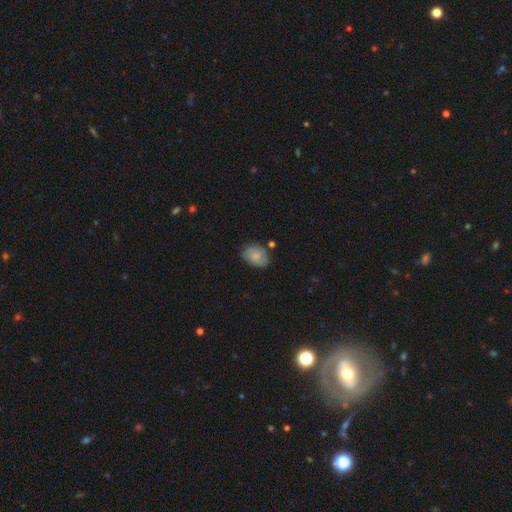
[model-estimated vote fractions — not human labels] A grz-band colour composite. It shows a smooth galaxy with no disk features (65%) that is in between round and cigar-shaped (70%). Merging: none (68%).